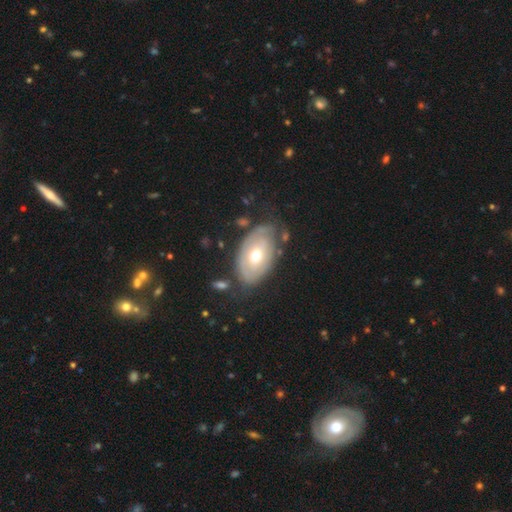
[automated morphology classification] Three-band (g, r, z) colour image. It shows a featured or disk galaxy (59%) with no bar (76%), spiral arms (51%) and a moderate central bulge (72%). Merging: none (66%).